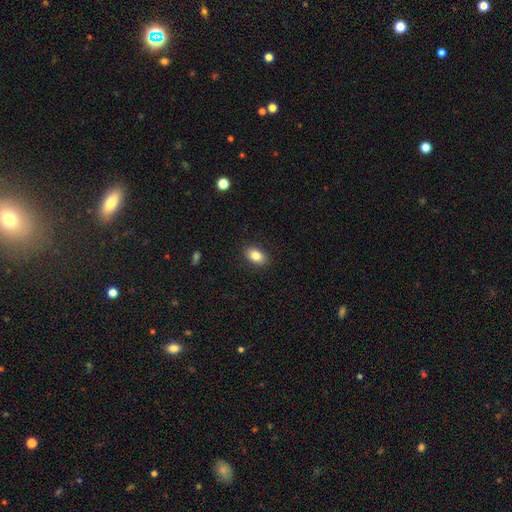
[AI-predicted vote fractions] A smooth galaxy with no disk features (83%) that is in between round and cigar-shaped (87%). Merging: none (89%).